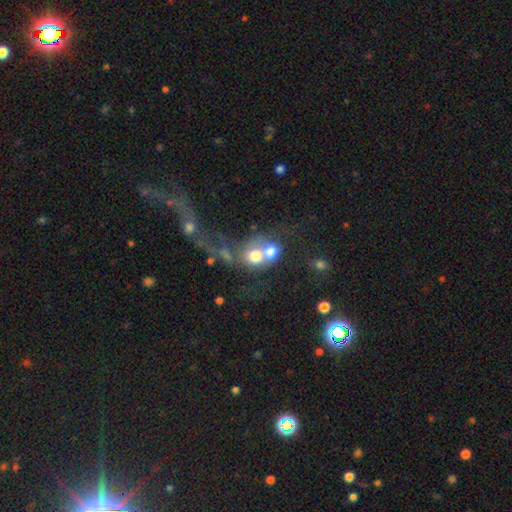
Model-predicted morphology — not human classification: This appears to be a smooth galaxy with no disk features (59%) that is round (63%). Merging: merger (70%).